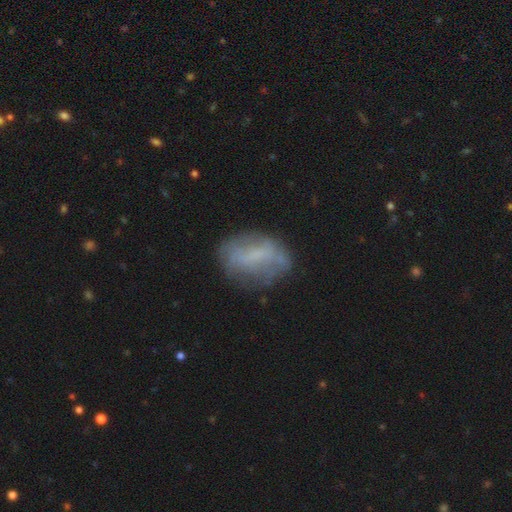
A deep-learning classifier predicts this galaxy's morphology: smooth_or_featured: smooth (p=0.47) [alt: featured or disk p=0.42]
merging: none (p=0.66) [alt: minor disturbance p=0.21]